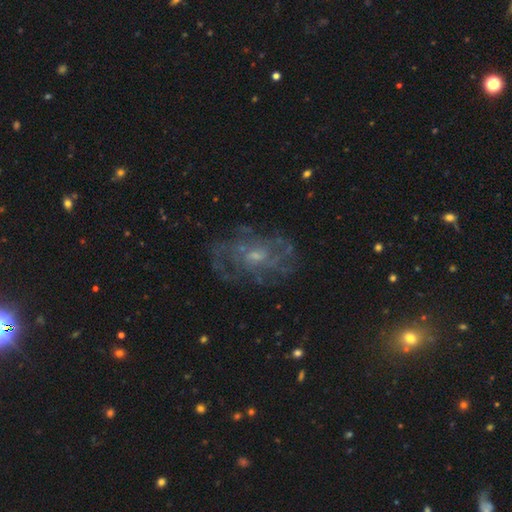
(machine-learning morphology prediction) Smooth or featured: featured or disk — 78% (smooth — 12%)
Edge-on disk: no — 97% (yes — 3%)
Bar: no — 68% (weak — 28%)
Spiral arms: yes — 78% (no — 22%)
Spiral winding: tight — 43% (medium — 39%)
Spiral arm count: can't tell — 53% (4 — 13%)
Bulge size: small — 62% (moderate — 30%)
Merging: none — 69% (minor disturbance — 17%)